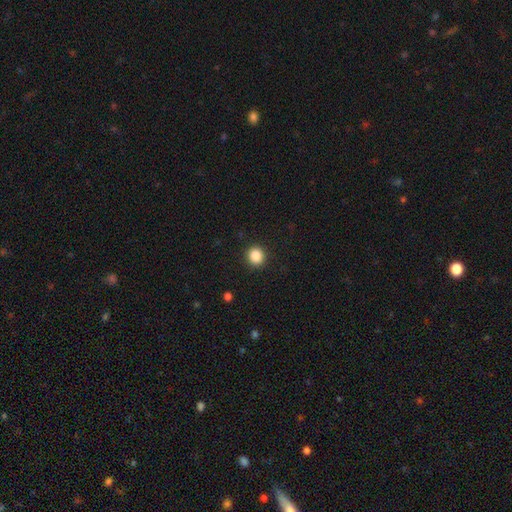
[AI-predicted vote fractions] This appears to be a smooth galaxy with no disk features (86%) that is round (87%). Merging: none (91%).